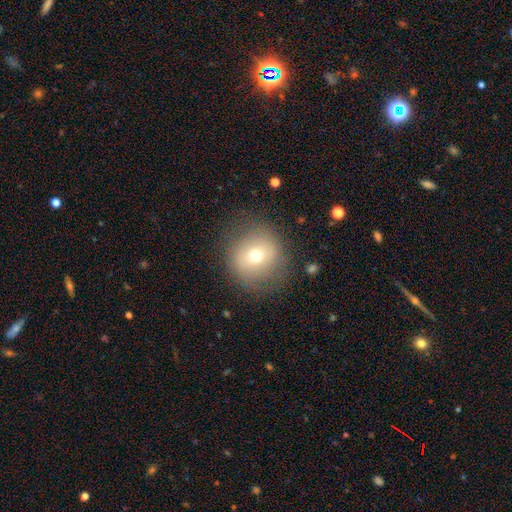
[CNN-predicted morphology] This is likely a smooth galaxy (64%). How rounded: clearly round (91%). Merging: likely none (80%).